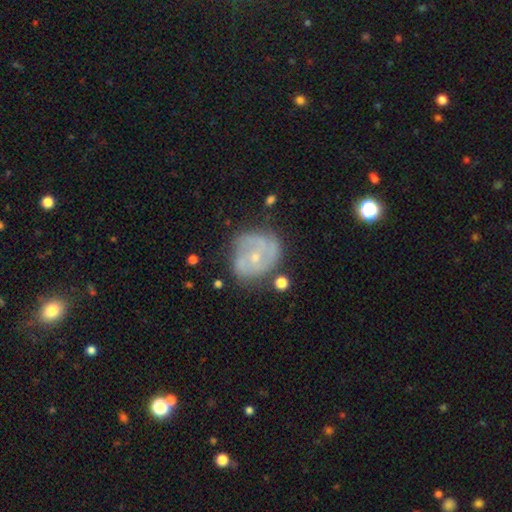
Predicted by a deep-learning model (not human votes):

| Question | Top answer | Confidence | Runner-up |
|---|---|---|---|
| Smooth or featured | featured or disk | 73% | smooth (19%) |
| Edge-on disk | no | 98% | yes (2%) |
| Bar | no | 72% | weak (23%) |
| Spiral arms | yes | 82% | no (18%) |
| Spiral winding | tight | 51% | medium (36%) |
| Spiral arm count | can't tell | 33% | 2 (31%) |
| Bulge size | small | 73% | moderate (24%) |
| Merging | none | 60% | minor disturbance (25%) |